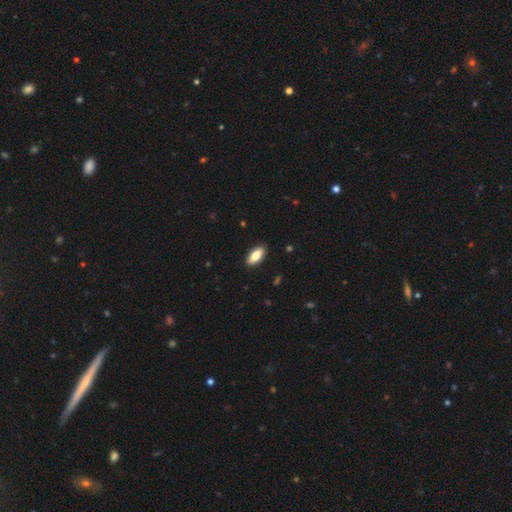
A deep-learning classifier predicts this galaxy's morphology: smooth 83%, featured or disk 11%, star or artifact 6%. Down the decision tree: how rounded — in between (83%); merging — none (89%).